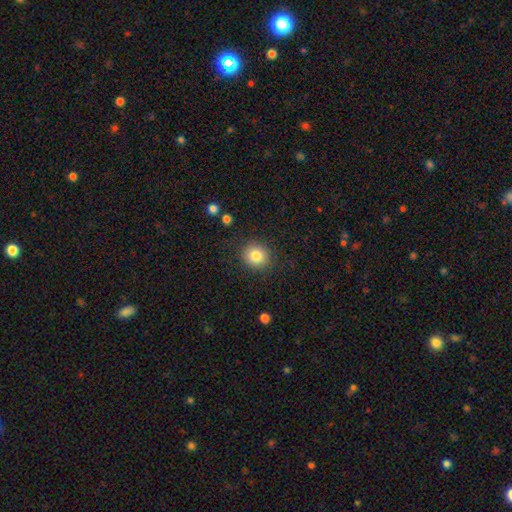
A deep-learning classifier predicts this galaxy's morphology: A smooth galaxy with no disk features (83%) that is round (85%). Merging: none (88%).